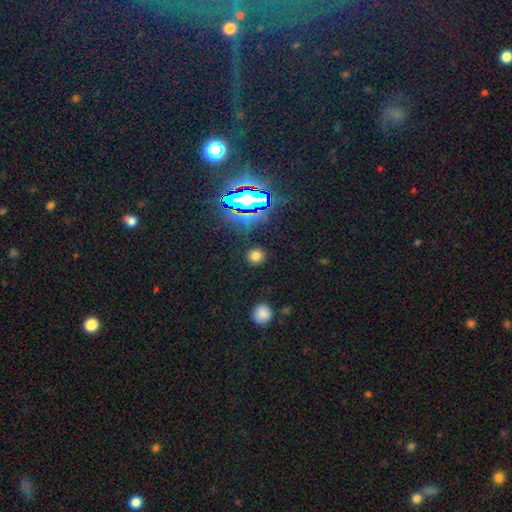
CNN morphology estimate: type=smooth (69%); roundness=round (90%); merging=none (89%).